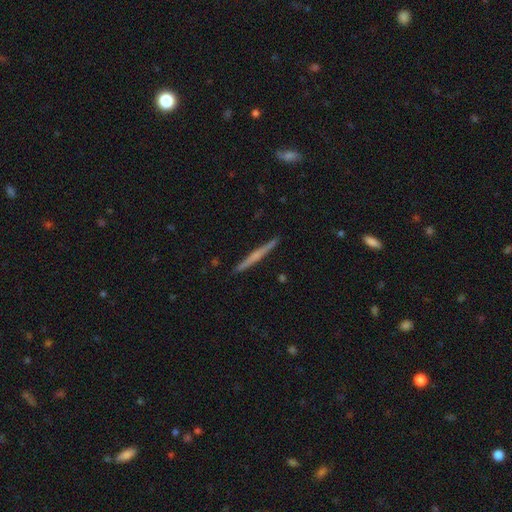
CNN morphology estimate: Overall: featured or disk (64%; smooth 30%). Edge-on disk: yes (98%). Edge-on bulge: none (46%; rounded 45%). Merging: none (92%).